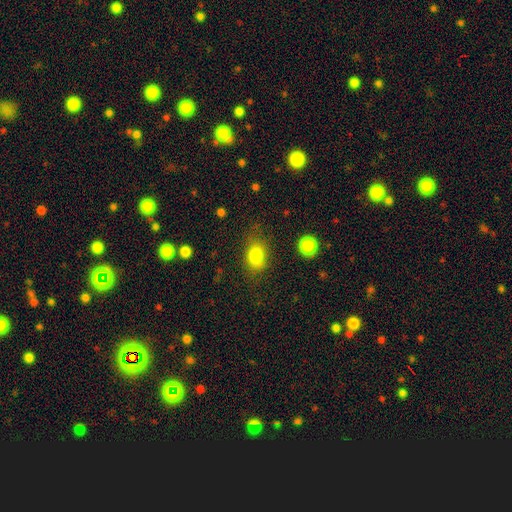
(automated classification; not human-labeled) This is clearly a smooth galaxy (81%). How rounded: likely in between (63%). Merging: likely none (73%).